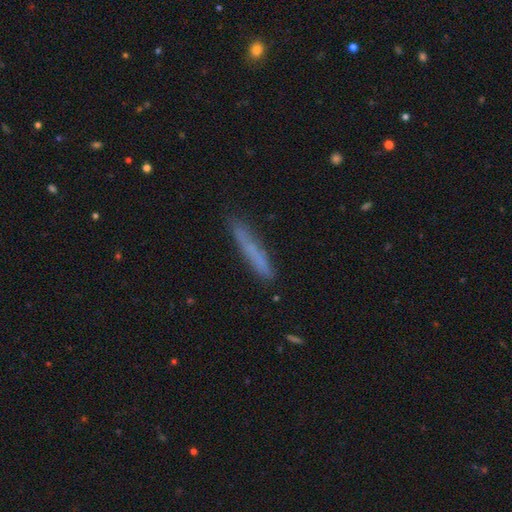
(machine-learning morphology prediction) smooth 66%, featured or disk 26%, star or artifact 8%. Down the decision tree: how rounded — cigar-shaped (94%); merging — none (81%).